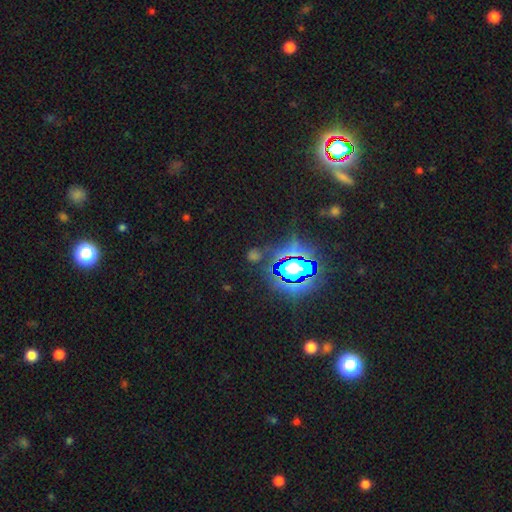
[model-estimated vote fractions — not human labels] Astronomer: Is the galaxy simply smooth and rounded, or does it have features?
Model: star or artifact — 69%.